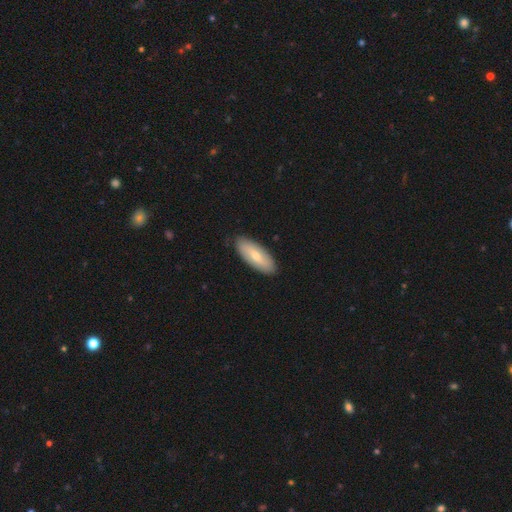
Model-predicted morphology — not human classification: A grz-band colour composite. It shows a smooth galaxy with no disk features (63%) that is in between round and cigar-shaped (79%). Merging: none (87%).